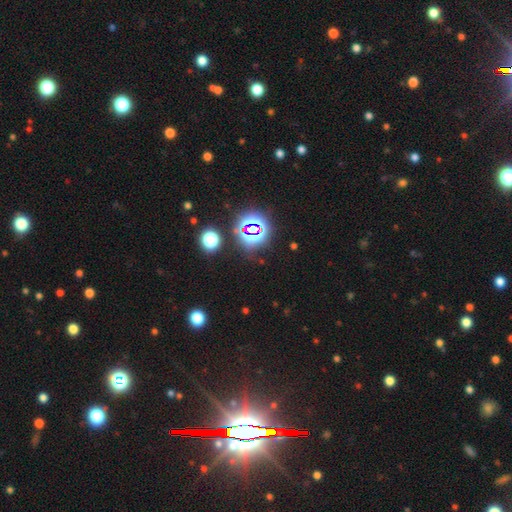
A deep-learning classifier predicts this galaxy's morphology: type=star or artifact (80%).